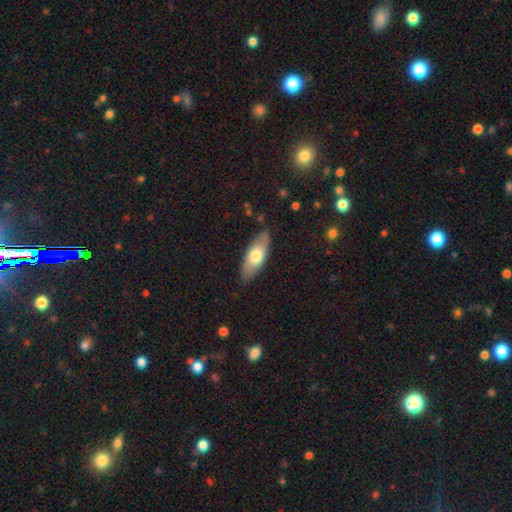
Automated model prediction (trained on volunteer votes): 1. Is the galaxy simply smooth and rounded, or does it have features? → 63% smooth, 32% featured or disk, 5% star or artifact.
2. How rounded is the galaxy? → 75% in between, 22% cigar-shaped, 3% round.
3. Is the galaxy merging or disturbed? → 84% none, 12% minor disturbance, 2% major disturbance, 1% merger.